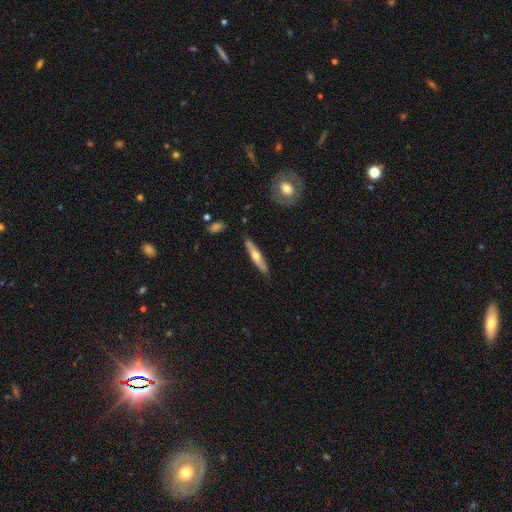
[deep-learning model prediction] A featured or disk galaxy (51%) viewed edge-on (85%).

Vote fractions:
- Smooth or featured? featured or disk: 51% / smooth: 44% / star or artifact: 5%
- Edge-on disk? yes: 85% / no: 15%
- Merging? none: 83% / minor disturbance: 13% / major disturbance: 2% / merger: 2%